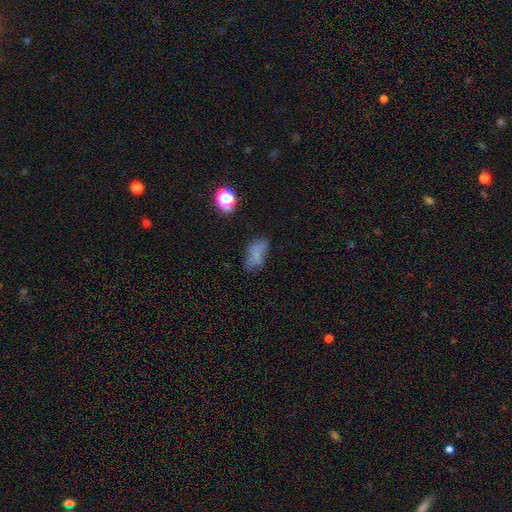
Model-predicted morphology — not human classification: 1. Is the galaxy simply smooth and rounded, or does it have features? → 62% smooth, 21% featured or disk, 18% star or artifact.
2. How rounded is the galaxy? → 87% in between, 9% round, 5% cigar-shaped.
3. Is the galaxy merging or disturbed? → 49% none, 27% minor disturbance, 17% major disturbance, 7% merger.